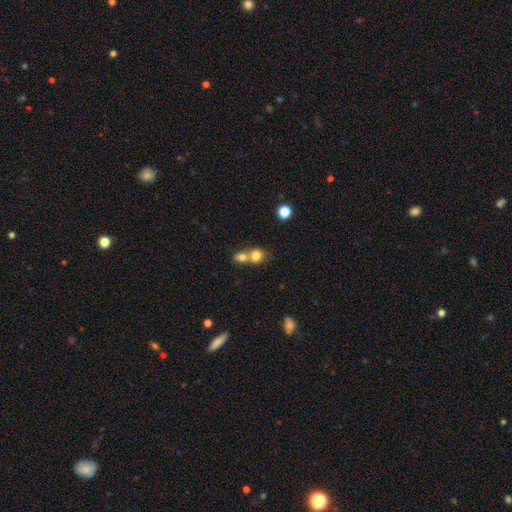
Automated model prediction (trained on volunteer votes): Smooth or featured?
  - smooth: 77% *
  - featured or disk: 12%
  - star or artifact: 11%
How rounded?
  - round: 72% *
  - in between: 27%
  - cigar-shaped: 1%
Merging?
  - merger: 66% *
  - none: 26%
  - minor disturbance: 5%
  - major disturbance: 3%